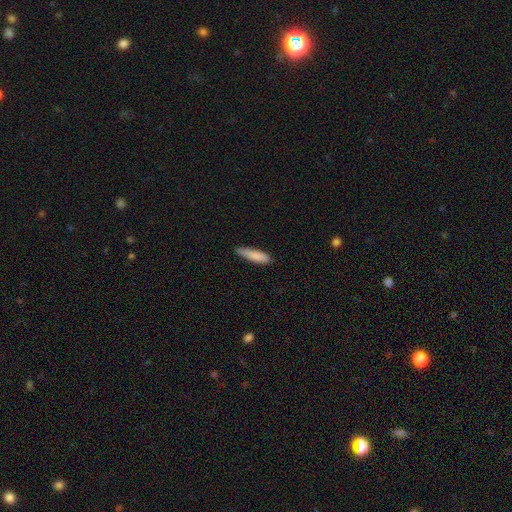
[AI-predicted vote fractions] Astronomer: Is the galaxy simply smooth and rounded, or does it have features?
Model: smooth — 85%.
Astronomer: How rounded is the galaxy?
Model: cigar-shaped — 75%.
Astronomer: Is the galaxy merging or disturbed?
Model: none — 72%.